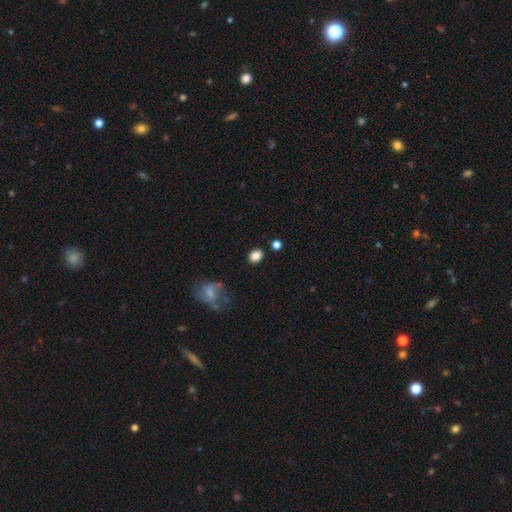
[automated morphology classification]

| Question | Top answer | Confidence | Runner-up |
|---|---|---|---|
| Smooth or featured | smooth | 84% | star or artifact (9%) |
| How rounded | in between | 66% | round (33%) |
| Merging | none | 83% | minor disturbance (10%) |